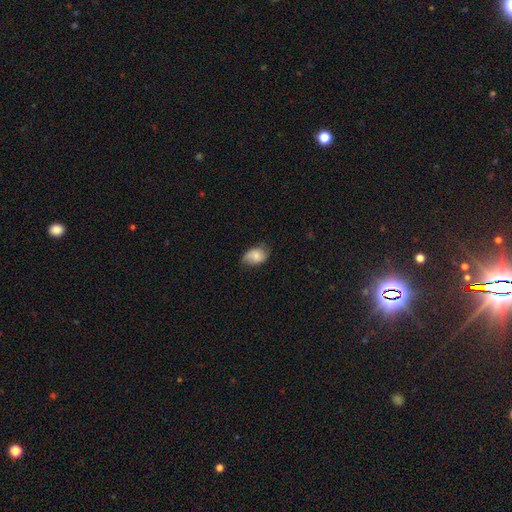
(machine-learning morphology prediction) smooth-or-featured: smooth: 71% | featured or disk: 21% | star or artifact: 7%
  how-rounded: in between: 82% | round: 16% | cigar-shaped: 1%
  merging: none: 61% | minor disturbance: 32% | major disturbance: 7% | merger: 1%